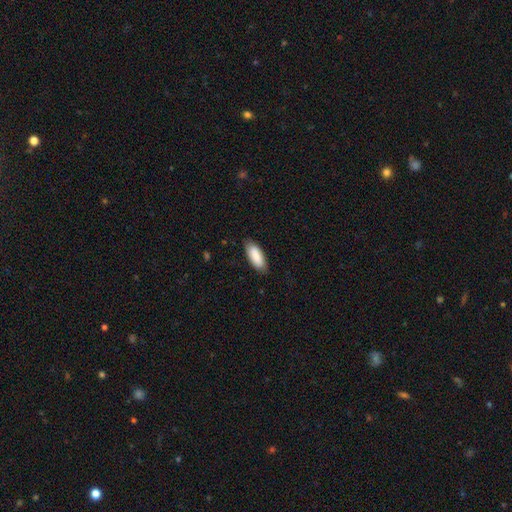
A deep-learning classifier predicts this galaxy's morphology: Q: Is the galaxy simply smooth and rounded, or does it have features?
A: smooth — 87%.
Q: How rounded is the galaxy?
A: in between — 80%.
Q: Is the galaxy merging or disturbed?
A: none — 84%.